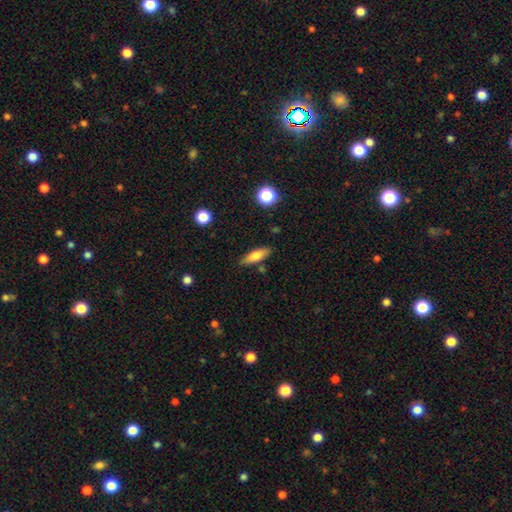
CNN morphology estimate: This appears to be a smooth galaxy with no disk features (73%) that is in between round and cigar-shaped (55%). Merging: none (81%).